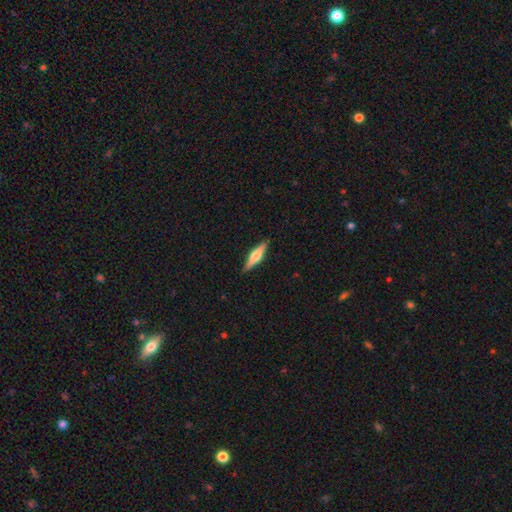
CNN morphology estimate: Overall: featured or disk (55%; smooth 39%). Edge-on disk: yes (97%). Edge-on bulge: rounded (79%). Merging: none (90%).